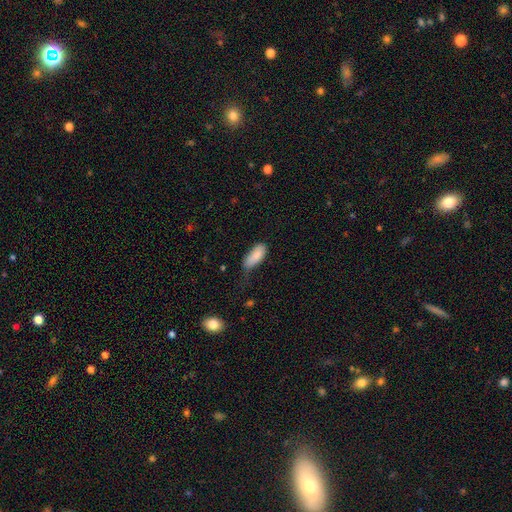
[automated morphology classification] Smooth or featured? Predicted: smooth (p=0.84). How rounded? Predicted: in between (p=0.86). Merging? Predicted: none (p=0.45).